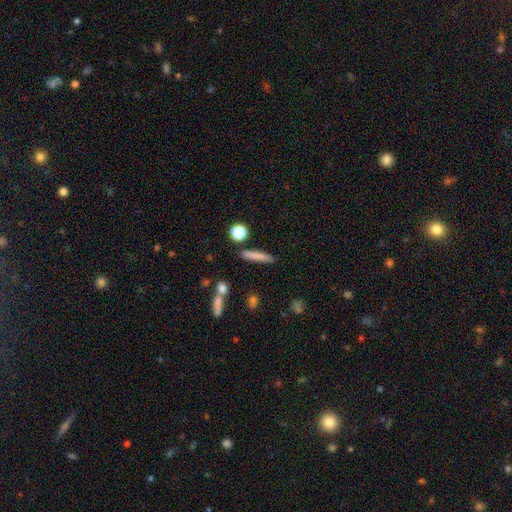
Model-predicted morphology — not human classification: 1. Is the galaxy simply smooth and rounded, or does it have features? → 75% smooth, 16% featured or disk, 8% star or artifact.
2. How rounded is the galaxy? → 88% cigar-shaped, 8% in between, 4% round.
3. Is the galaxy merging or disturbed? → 83% none, 8% minor disturbance, 5% merger, 3% major disturbance.